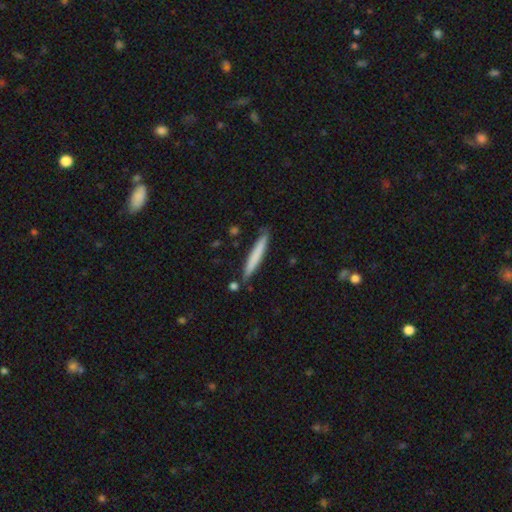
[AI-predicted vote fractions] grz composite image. It shows a smooth galaxy with no disk features (72%) that is cigar-shaped (96%). Merging: none (84%).